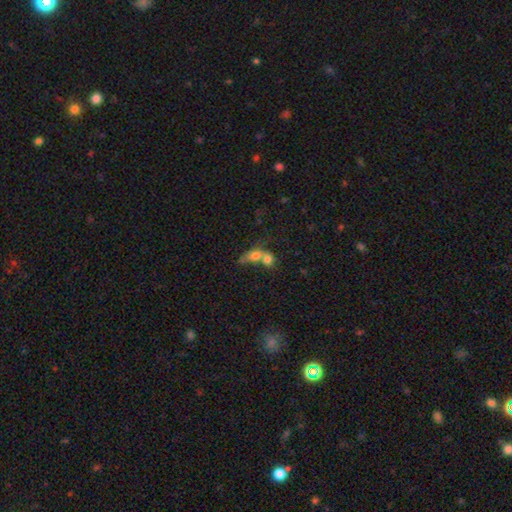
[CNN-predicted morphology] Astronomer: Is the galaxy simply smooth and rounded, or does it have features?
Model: smooth — 70%.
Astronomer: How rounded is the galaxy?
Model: in between — 56% (runner-up: round, 39%).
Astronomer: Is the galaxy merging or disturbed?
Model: merger — 74%.